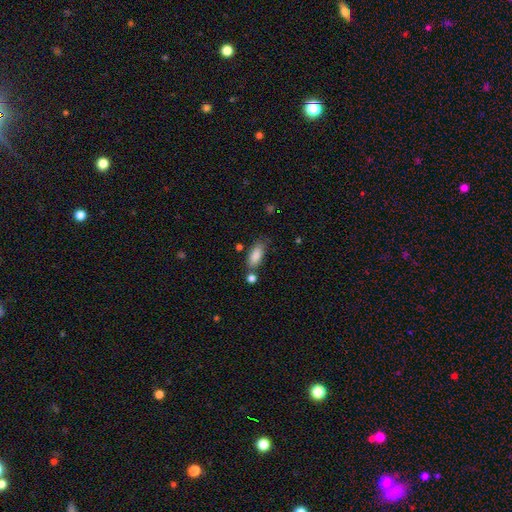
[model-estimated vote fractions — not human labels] Morphology: type=smooth (86%); roundness=in between (82%); merging=none (64%).